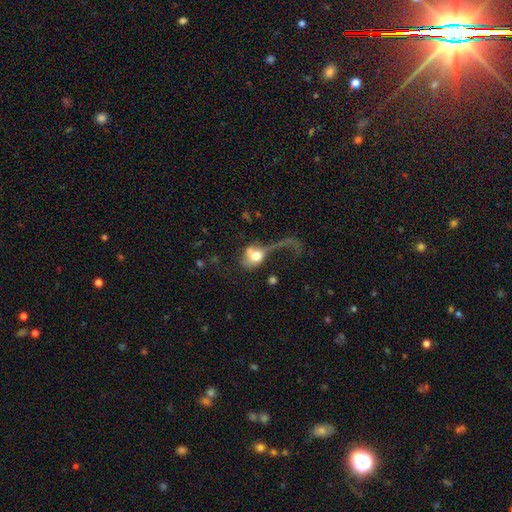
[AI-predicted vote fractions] smooth_or_featured: smooth (p=0.60) [alt: featured or disk p=0.31]
how_rounded: in between (p=0.50) [alt: round p=0.46]
merging: major disturbance (p=0.57) [alt: none p=0.17]